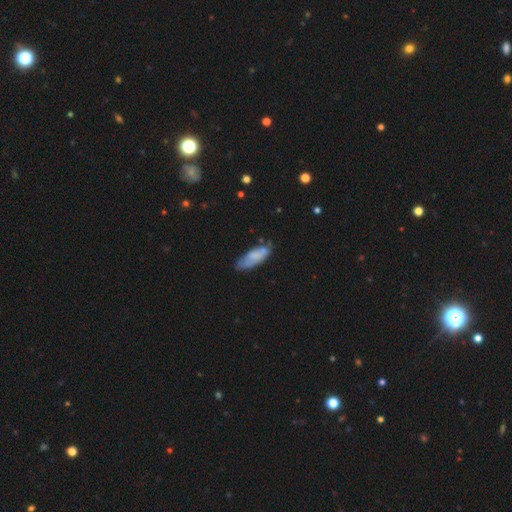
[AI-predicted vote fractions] Smooth or featured?
  - smooth: 63% *
  - featured or disk: 30%
  - star or artifact: 7%
How rounded?
  - in between: 67% *
  - cigar-shaped: 32%
  - round: 2%
Merging?
  - none: 56% *
  - minor disturbance: 31%
  - major disturbance: 10%
  - merger: 4%